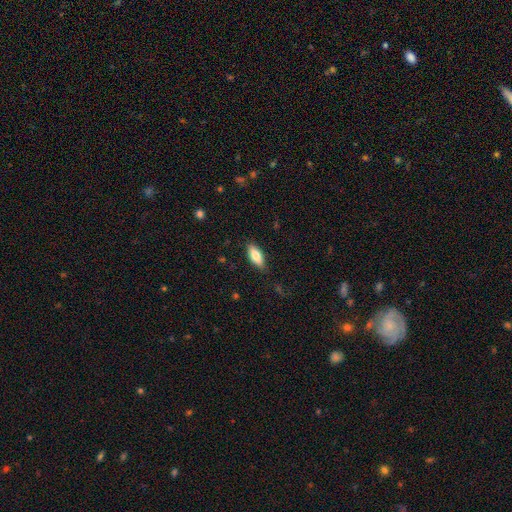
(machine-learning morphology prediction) A smooth galaxy with no disk features (78%) that is in between round and cigar-shaped (76%).

Vote fractions:
- Smooth or featured? smooth: 78% / featured or disk: 16% / star or artifact: 6%
- How rounded? in between: 76% / cigar-shaped: 22% / round: 2%
- Merging? none: 85% / minor disturbance: 11% / major disturbance: 2% / merger: 1%